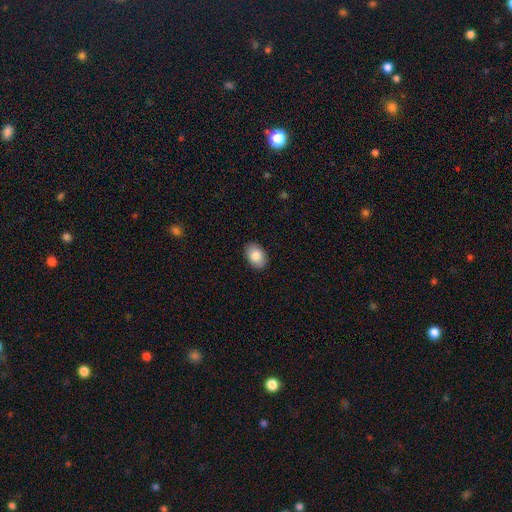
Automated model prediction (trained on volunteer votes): This appears to be a smooth galaxy with no disk features (86%) that is in between round and cigar-shaped (87%). Merging: none (90%).